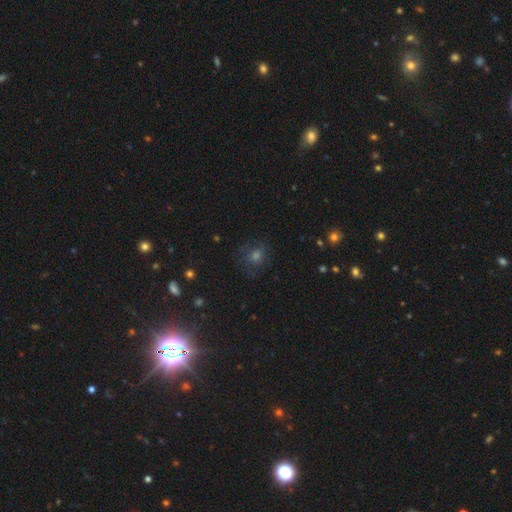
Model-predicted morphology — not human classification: Smooth or featured: smooth — 41% (star or artifact — 36%)
Merging: none — 73% (minor disturbance — 15%)